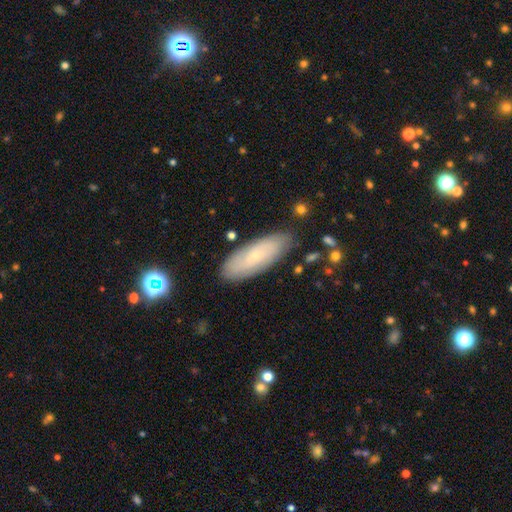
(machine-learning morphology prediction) smooth-or-featured: smooth: 54% | featured or disk: 38% | star or artifact: 8%
  how-rounded: in between: 62% | cigar-shaped: 36% | round: 2%
  merging: none: 83% | minor disturbance: 13% | major disturbance: 2% | merger: 2%